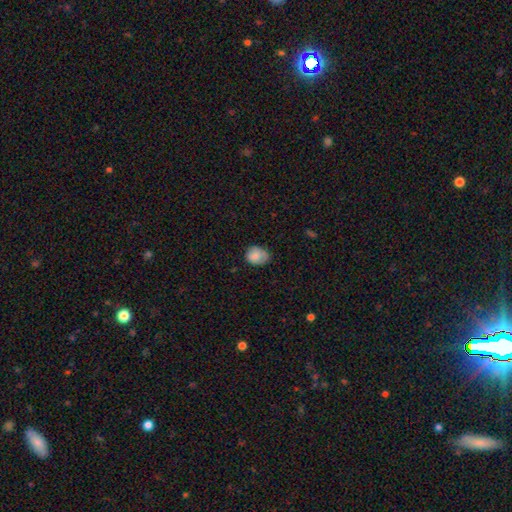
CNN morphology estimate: Smooth or featured? smooth (82%)
How rounded? in between (52%)
Merging? none (62%)